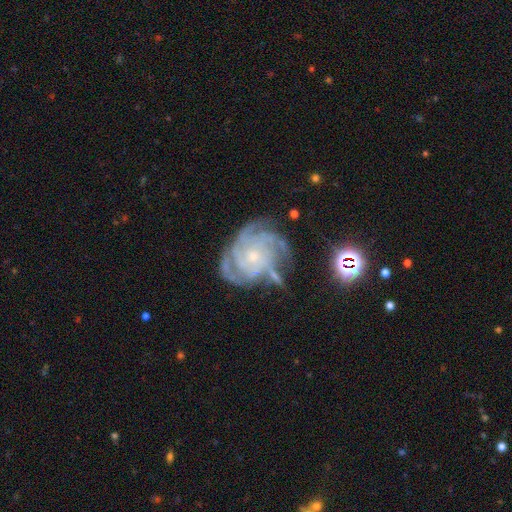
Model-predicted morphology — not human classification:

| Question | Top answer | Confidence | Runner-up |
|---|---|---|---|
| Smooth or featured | featured or disk | 84% | star or artifact (9%) |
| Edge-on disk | no | 97% | yes (3%) |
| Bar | no | 75% | weak (19%) |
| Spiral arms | yes | 98% | no (2%) |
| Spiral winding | tight | 74% | medium (23%) |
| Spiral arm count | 4 | 31% | can't tell (20%) |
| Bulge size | small | 75% | moderate (21%) |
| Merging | none | 70% | minor disturbance (19%) |